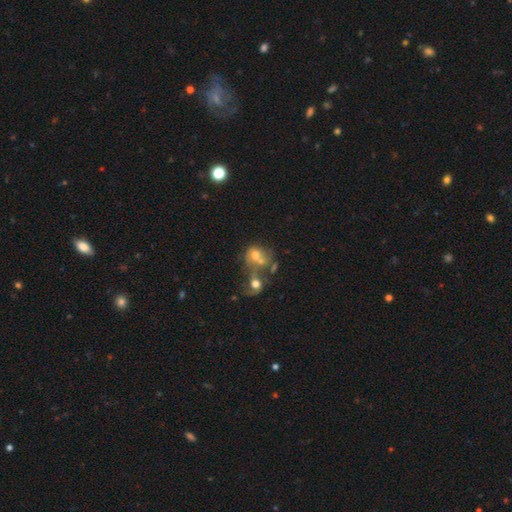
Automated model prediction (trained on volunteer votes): Overall: smooth (54%; featured or disk 32%). How rounded: round (60%; in between 39%). Merging: merger (64%).